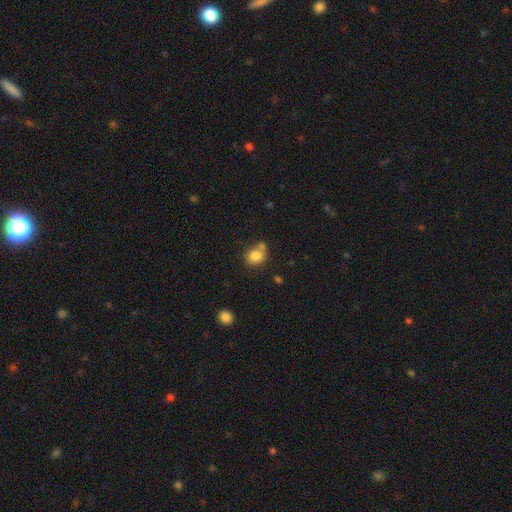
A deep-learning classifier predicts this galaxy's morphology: Smooth or featured?
  - smooth: 82% *
  - star or artifact: 10%
  - featured or disk: 8%
How rounded?
  - round: 71% *
  - in between: 28%
  - cigar-shaped: 1%
Merging?
  - none: 53% *
  - merger: 28%
  - minor disturbance: 14%
  - major disturbance: 5%